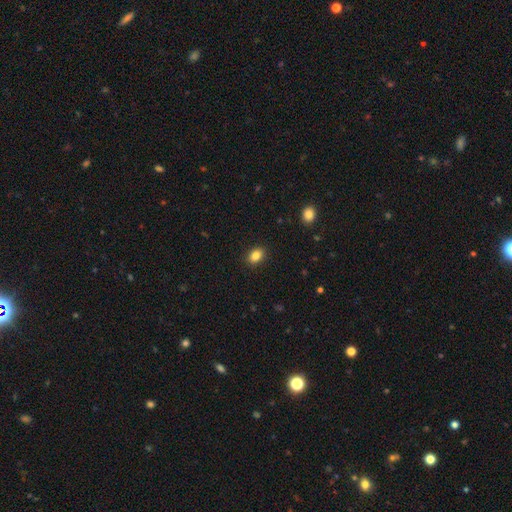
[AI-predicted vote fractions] smooth_or_featured: smooth (p=0.84) [alt: star or artifact p=0.10]
how_rounded: in between (p=0.74) [alt: round p=0.24]
merging: none (p=0.89) [alt: minor disturbance p=0.08]